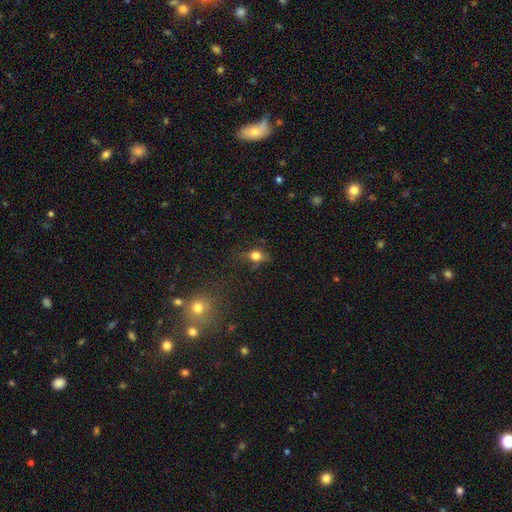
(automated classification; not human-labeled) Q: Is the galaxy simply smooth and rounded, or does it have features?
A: smooth — 68%.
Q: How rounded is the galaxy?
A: in between — 55%.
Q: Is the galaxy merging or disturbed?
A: none — 63%.